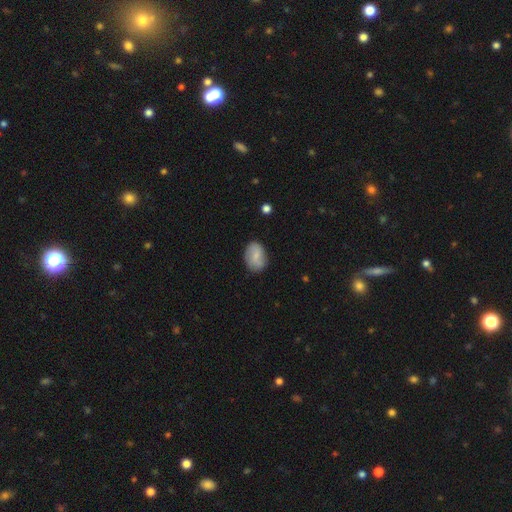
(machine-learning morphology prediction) This appears to be a smooth galaxy with no disk features (67%) that is in between round and cigar-shaped (77%). Merging: none (78%).